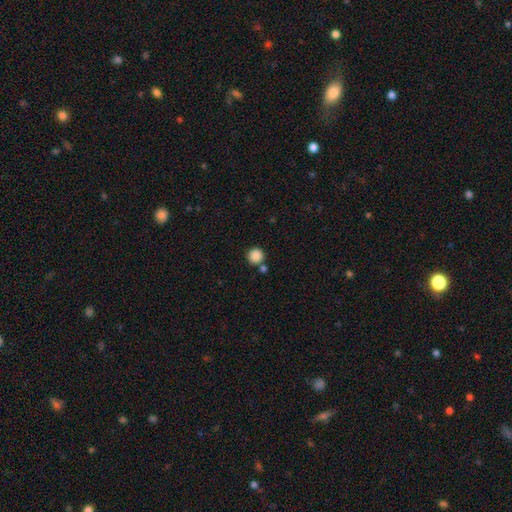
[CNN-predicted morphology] smooth-or-featured: smooth: 87% | star or artifact: 9% | featured or disk: 4%
  how-rounded: round: 95% | in between: 4% | cigar-shaped: 1%
  merging: none: 78% | merger: 12% | minor disturbance: 7% | major disturbance: 2%